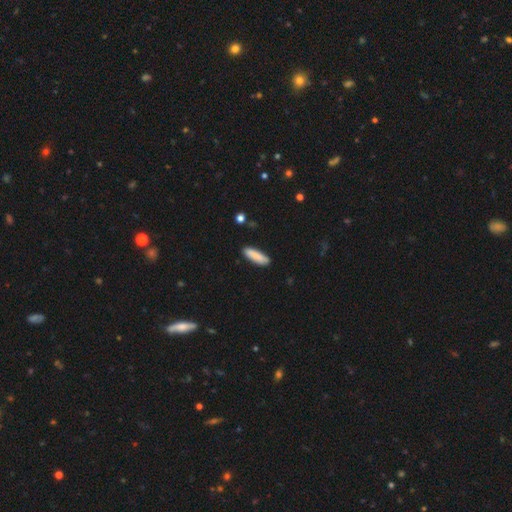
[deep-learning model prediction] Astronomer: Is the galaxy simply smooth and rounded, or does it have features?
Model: smooth — 87%.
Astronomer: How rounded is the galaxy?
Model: cigar-shaped — 63%.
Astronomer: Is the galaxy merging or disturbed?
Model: none — 87%.